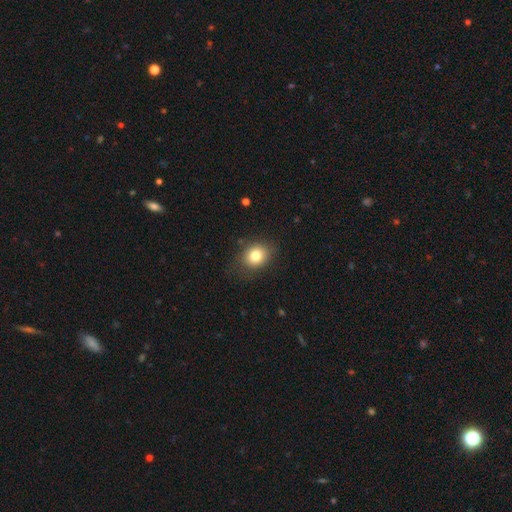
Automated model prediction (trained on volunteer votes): smooth 79%, star or artifact 11%, featured or disk 10%. Down the decision tree: how rounded — round (58%); merging — none (80%).